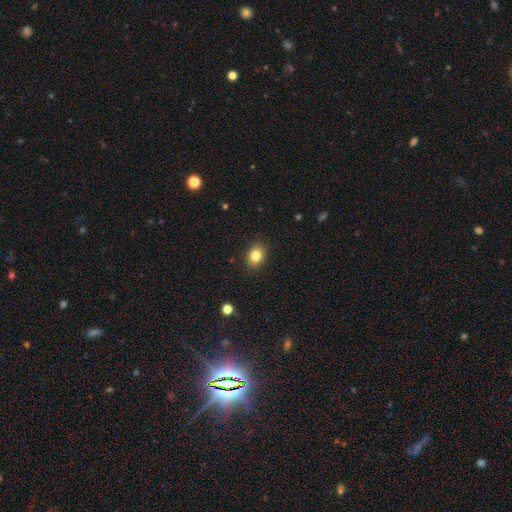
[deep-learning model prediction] Smooth or featured? smooth (83%)
How rounded? in between (56%)
Merging? none (89%)